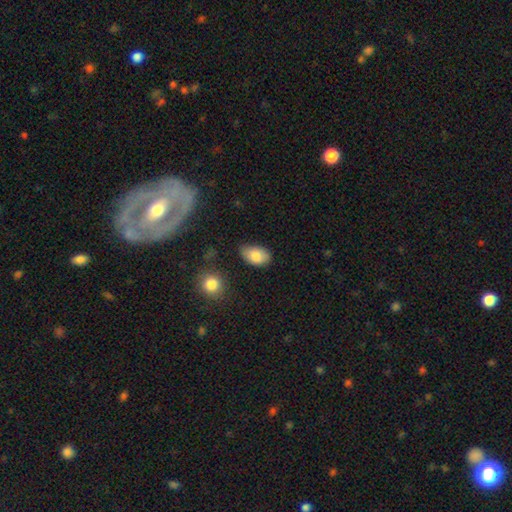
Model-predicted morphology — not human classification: smooth 84%, featured or disk 8%, star or artifact 7%. Down the decision tree: how rounded — in between (90%); merging — none (65%).